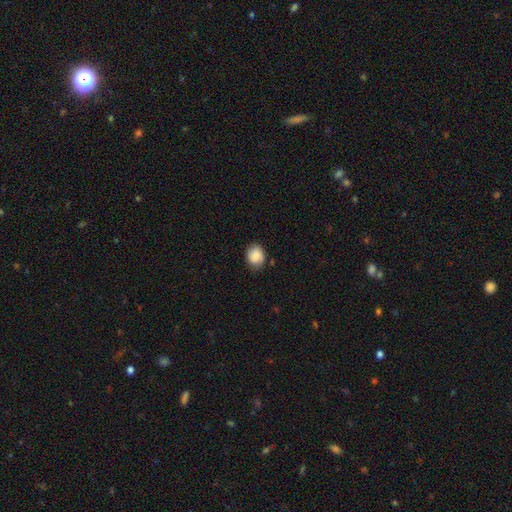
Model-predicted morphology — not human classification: This is clearly a smooth galaxy (82%). How rounded: possibly round (56%). Merging: likely none (76%).